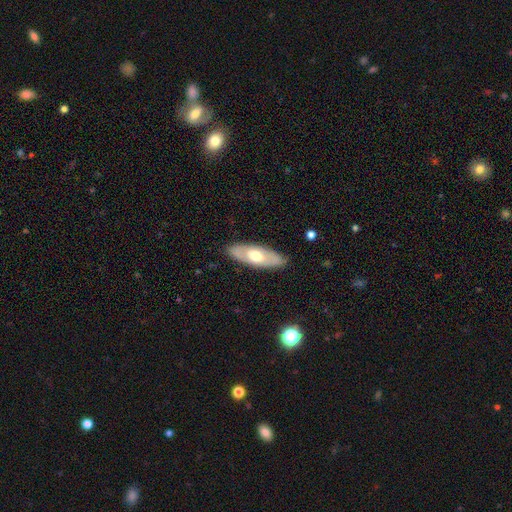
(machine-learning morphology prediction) smooth 48%, featured or disk 47%, star or artifact 5%. Down the decision tree: merging — none (84%).